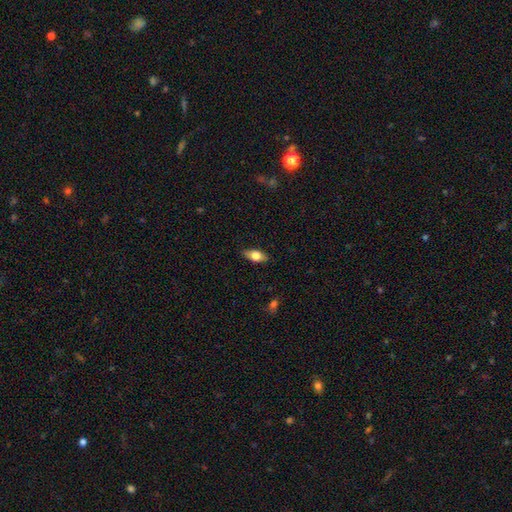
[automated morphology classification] smooth_or_featured: smooth (p=0.67) [alt: featured or disk p=0.26]
how_rounded: in between (p=0.83) [alt: cigar-shaped p=0.12]
merging: none (p=0.85) [alt: minor disturbance p=0.11]